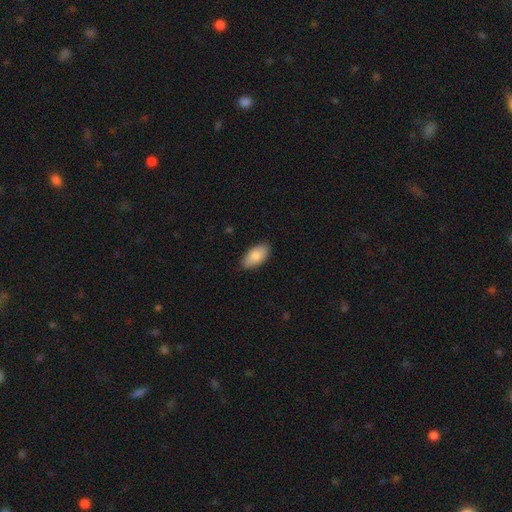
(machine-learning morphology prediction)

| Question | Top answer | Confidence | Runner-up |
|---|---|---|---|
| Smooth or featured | smooth | 85% | featured or disk (9%) |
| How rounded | in between | 94% | cigar-shaped (3%) |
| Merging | none | 85% | minor disturbance (12%) |